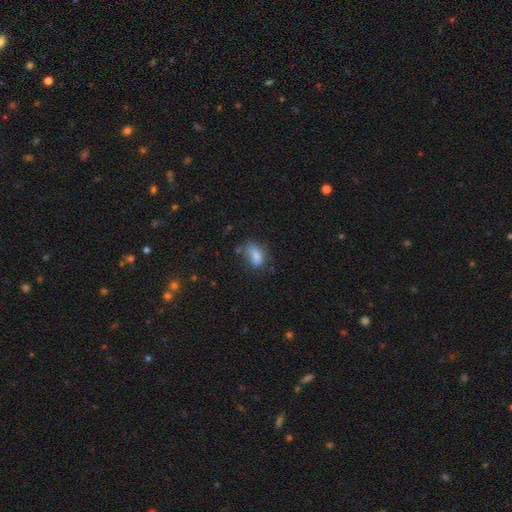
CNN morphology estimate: Smooth or featured? smooth (78%)
How rounded? in between (86%)
Merging? none (48%)